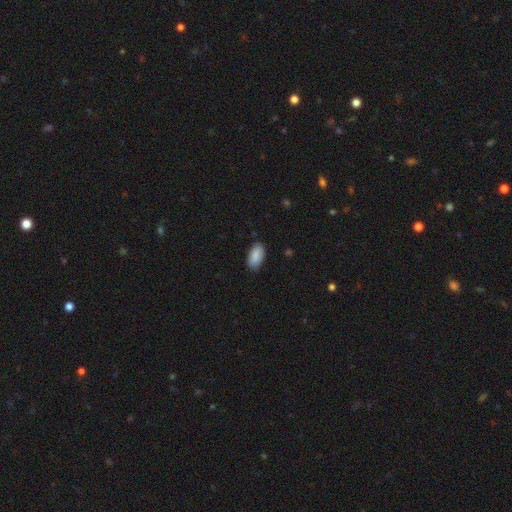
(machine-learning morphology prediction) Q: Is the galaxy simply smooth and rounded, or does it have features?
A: smooth — 90%.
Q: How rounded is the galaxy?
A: in between — 95%.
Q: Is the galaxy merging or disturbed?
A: none — 86%.